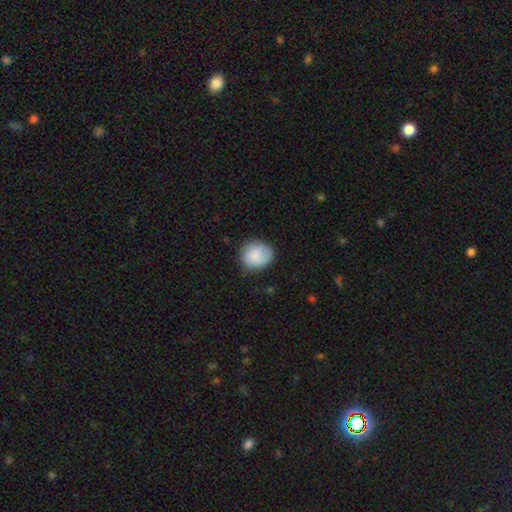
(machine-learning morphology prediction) This appears to be a smooth galaxy with no disk features (84%) that is round (78%). Merging: none (73%).